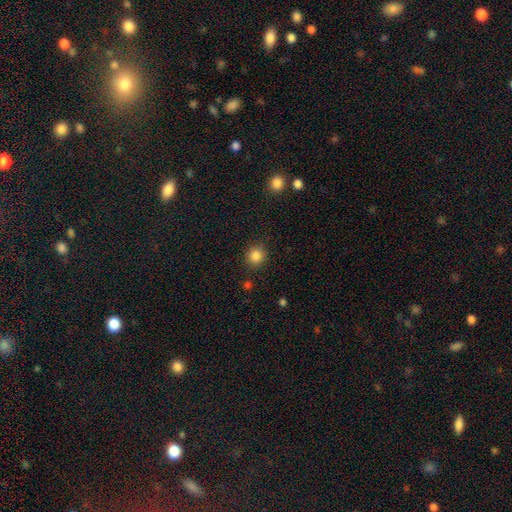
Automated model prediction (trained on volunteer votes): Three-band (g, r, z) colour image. It shows a smooth galaxy with no disk features (85%) that is round (84%). Merging: none (87%).